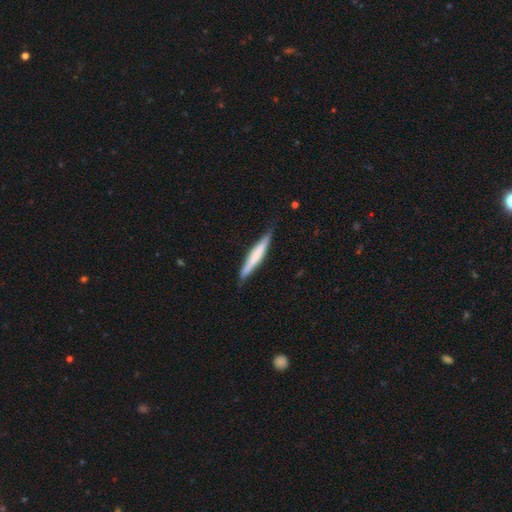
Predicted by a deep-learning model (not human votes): Smooth or featured? Predicted: smooth (p=0.53). How rounded? Predicted: cigar-shaped (p=0.94). Merging? Predicted: none (p=0.83).